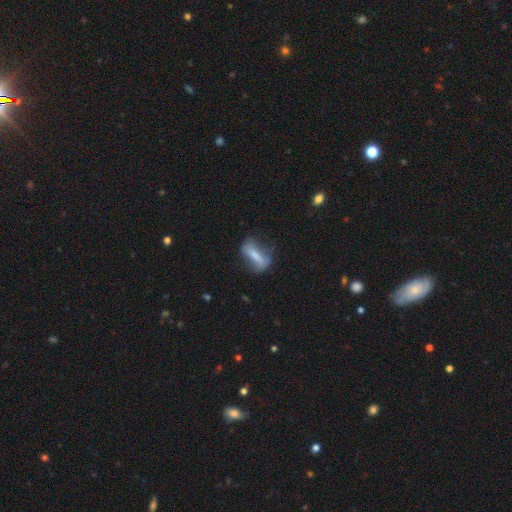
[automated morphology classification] smooth 52%, featured or disk 38%, star or artifact 9%. Down the decision tree: how rounded — in between (58%); merging — none (50%).